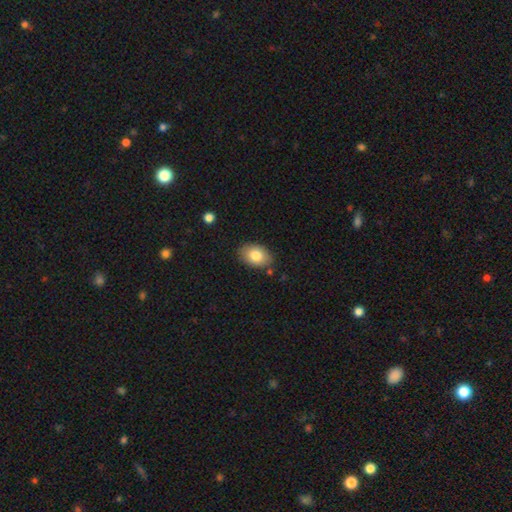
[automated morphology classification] The model was most divided on "how rounded": in between: 83%, round: 16%, cigar-shaped: 1%. More confident: merging — none (82%); smooth or featured — smooth (81%).